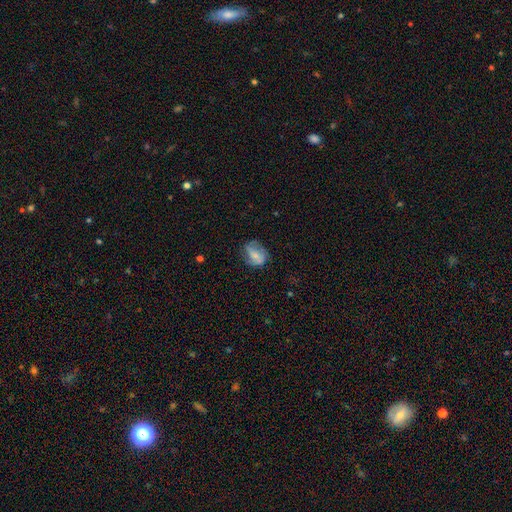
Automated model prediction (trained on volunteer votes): Morphology: type=featured or disk (46%, tied with smooth); merging=none (55%).